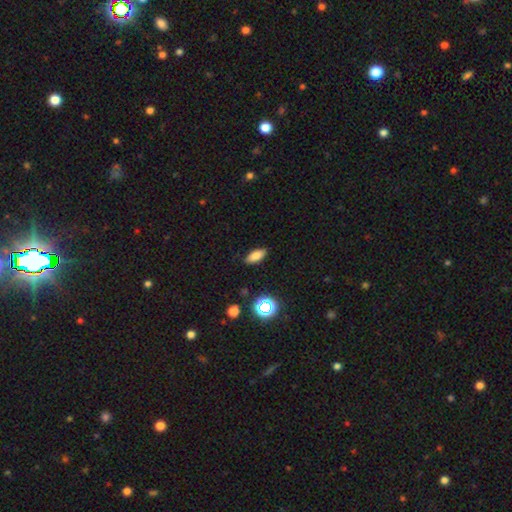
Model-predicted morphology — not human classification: The model was most divided on "how rounded": in between: 80%, cigar-shaped: 15%, round: 4%. More confident: merging — none (87%); smooth or featured — smooth (79%).